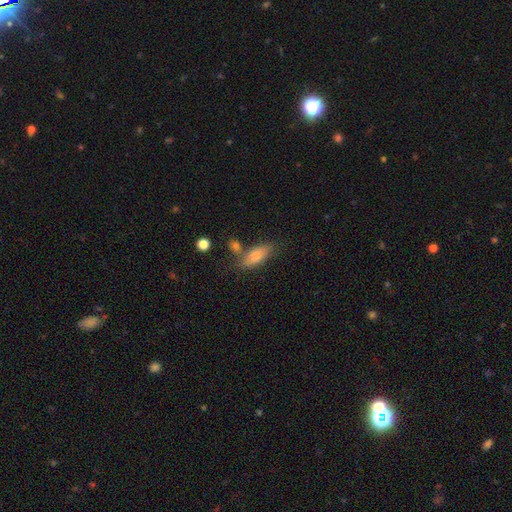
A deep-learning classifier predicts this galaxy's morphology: Smooth or featured: smooth — 80% (featured or disk — 12%)
How rounded: in between — 75% (cigar-shaped — 21%)
Merging: none — 56% (minor disturbance — 21%)